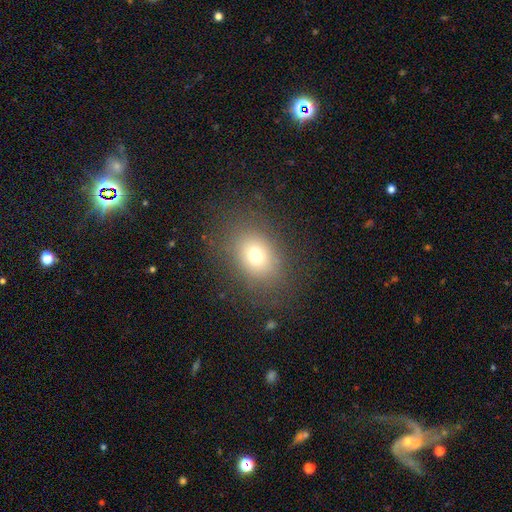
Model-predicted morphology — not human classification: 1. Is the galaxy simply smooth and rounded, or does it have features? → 72% smooth, 15% star or artifact, 13% featured or disk.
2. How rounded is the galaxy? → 58% in between, 41% round, 1% cigar-shaped.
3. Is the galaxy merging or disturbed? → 80% none, 11% minor disturbance, 7% major disturbance, 1% merger.